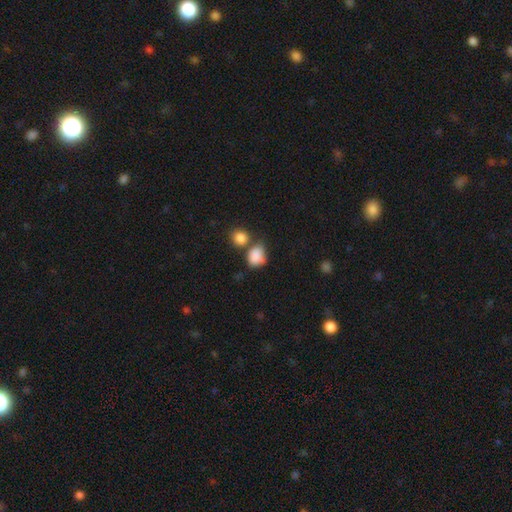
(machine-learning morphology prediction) type=smooth (85%); roundness=in between (54%); merging=none (41%).